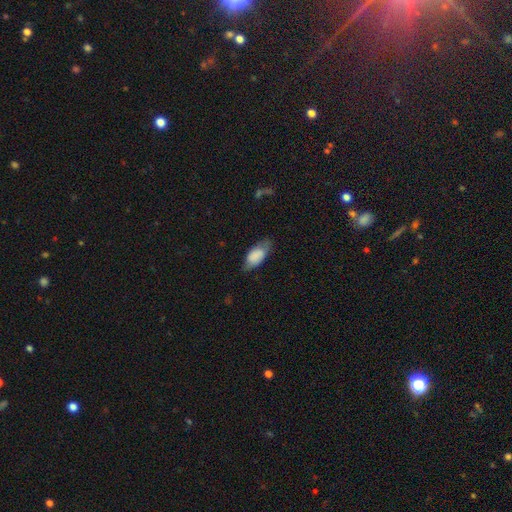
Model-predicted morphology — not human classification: Smooth or featured: smooth — 80% (featured or disk — 13%)
How rounded: in between — 90% (cigar-shaped — 8%)
Merging: none — 62% (minor disturbance — 28%)